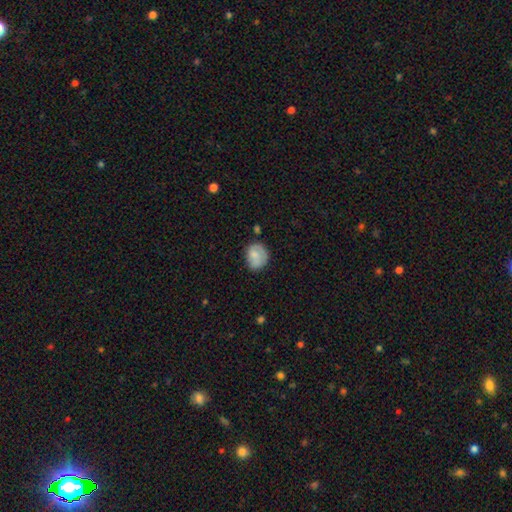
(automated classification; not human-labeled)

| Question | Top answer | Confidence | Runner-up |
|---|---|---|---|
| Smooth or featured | smooth | 77% | featured or disk (16%) |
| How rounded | round | 60% | in between (40%) |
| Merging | none | 62% | minor disturbance (27%) |